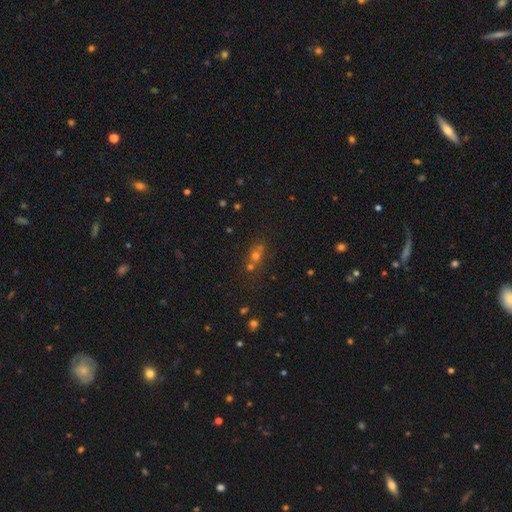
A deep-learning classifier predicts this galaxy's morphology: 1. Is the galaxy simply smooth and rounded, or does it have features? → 51% smooth, 31% star or artifact, 18% featured or disk.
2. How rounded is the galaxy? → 60% round, 33% in between, 7% cigar-shaped.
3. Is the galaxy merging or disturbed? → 48% none, 36% merger, 10% minor disturbance, 5% major disturbance.